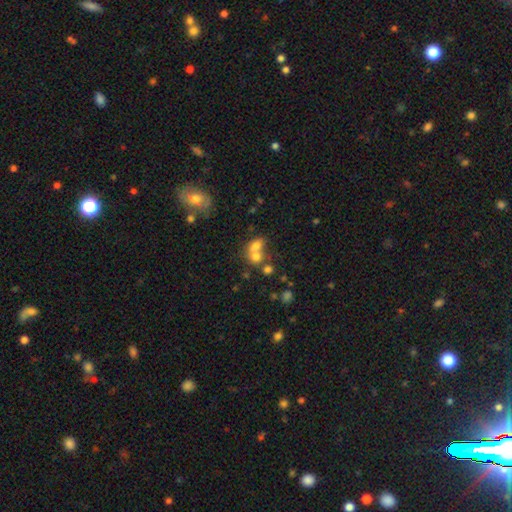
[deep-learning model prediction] A smooth galaxy with no disk features (68%) that is round (54%).

Vote fractions:
- Smooth or featured? smooth: 68% / featured or disk: 18% / star or artifact: 15%
- How rounded? round: 54% / in between: 44% / cigar-shaped: 2%
- Merging? merger: 62% / none: 26% / minor disturbance: 7% / major disturbance: 5%